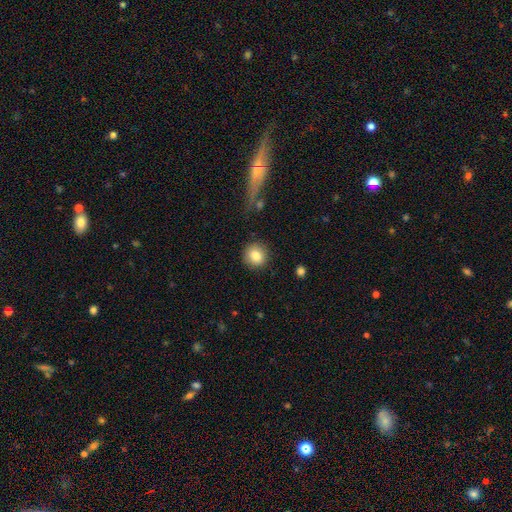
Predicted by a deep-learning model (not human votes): smooth_or_featured: smooth (p=0.84) [alt: star or artifact p=0.09]
how_rounded: round (p=0.89) [alt: in between p=0.10]
merging: none (p=0.89) [alt: minor disturbance p=0.07]